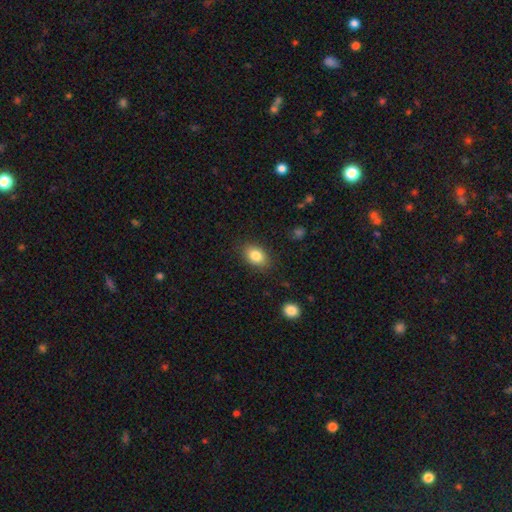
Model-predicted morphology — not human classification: This is clearly a smooth galaxy (84%). How rounded: clearly in between (82%). Merging: clearly none (85%).